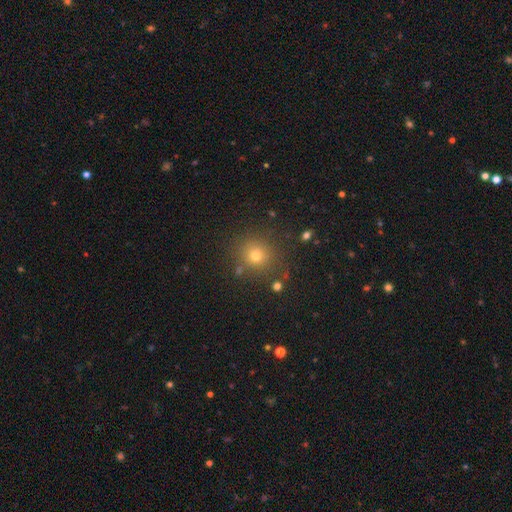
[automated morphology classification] This appears to be a smooth galaxy with no disk features (70%) that is round (91%). Merging: none (83%).